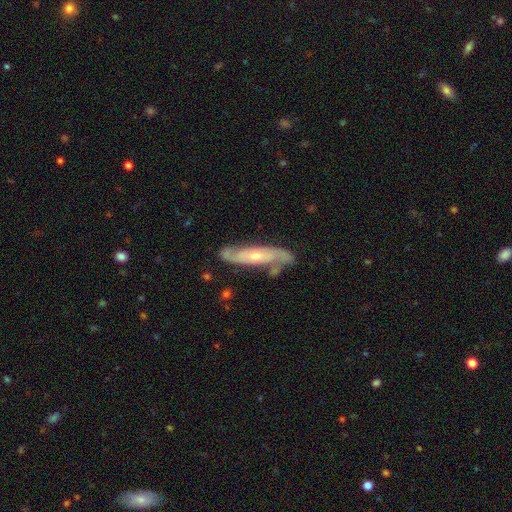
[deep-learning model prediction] Smooth or featured: featured or disk — 78% (smooth — 16%)
Edge-on disk: no — 75% (yes — 25%)
Bar: no — 61% (weak — 27%)
Spiral arms: yes — 91% (no — 9%)
Spiral winding: tight — 41% (tied with medium — 41%)
Spiral arm count: 2 — 75% (can't tell — 16%)
Bulge size: small — 55% (moderate — 40%)
Merging: none — 75% (minor disturbance — 16%)